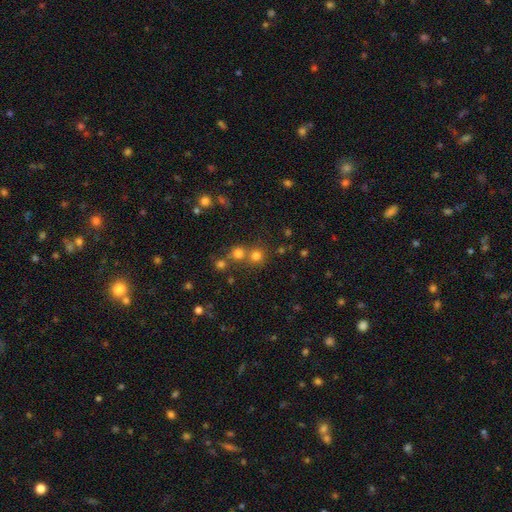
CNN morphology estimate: A smooth galaxy with no disk features (72%) that is round (89%).

Vote fractions:
- Smooth or featured? smooth: 72% / star or artifact: 20% / featured or disk: 8%
- How rounded? round: 89% / in between: 10% / cigar-shaped: 1%
- Merging? none: 58% / merger: 32% / minor disturbance: 6% / major disturbance: 3%